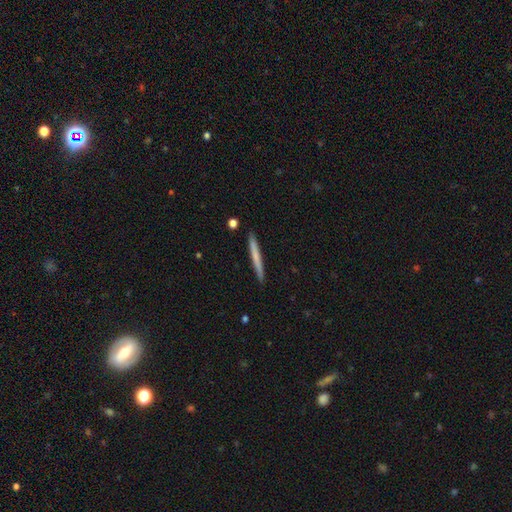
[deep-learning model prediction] A smooth galaxy with no disk features (64%) that is cigar-shaped (97%). Merging: none (92%).